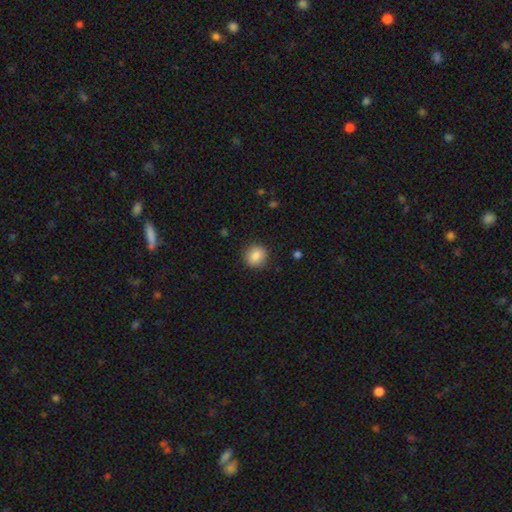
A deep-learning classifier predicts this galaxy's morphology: Smooth or featured: smooth — 86% (star or artifact — 8%)
How rounded: round — 89% (in between — 10%)
Merging: none — 89% (minor disturbance — 7%)